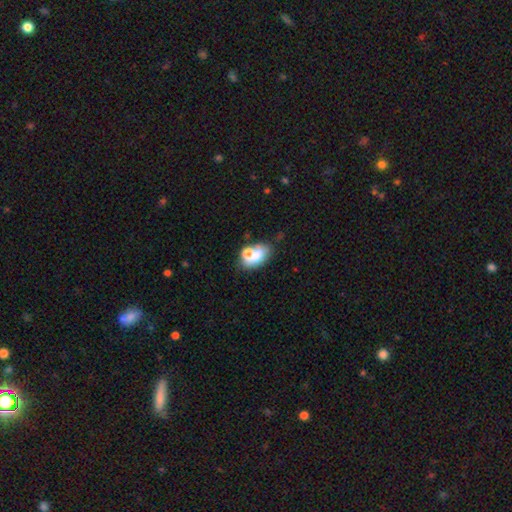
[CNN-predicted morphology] Smooth or featured? Predicted: smooth (p=0.63). How rounded? Predicted: in between (p=0.78). Merging? Predicted: merger (p=0.39).